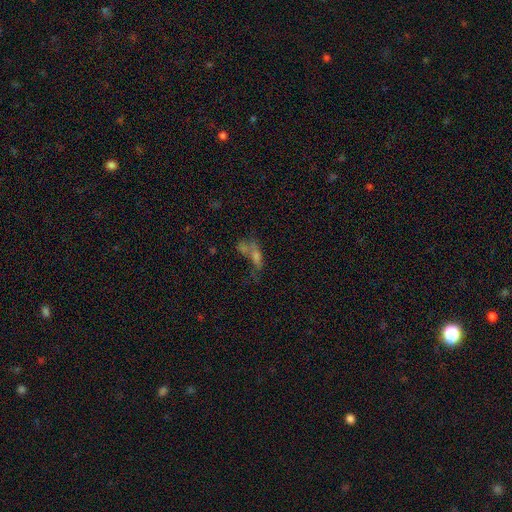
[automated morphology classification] This is marginally a smooth galaxy (43%). Merging: possibly merger (45%).